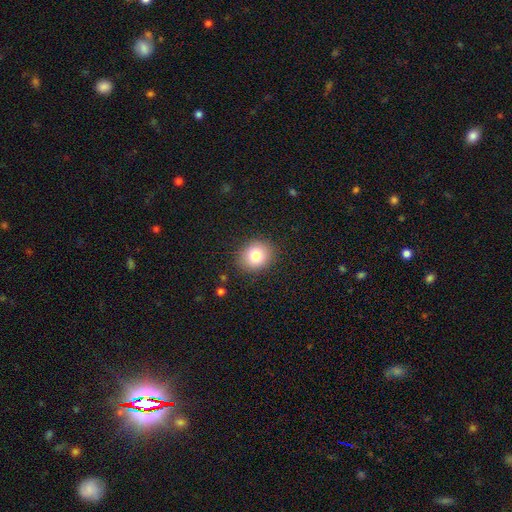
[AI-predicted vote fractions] Overall: smooth (80%). How rounded: round (72%). Merging: none (88%).